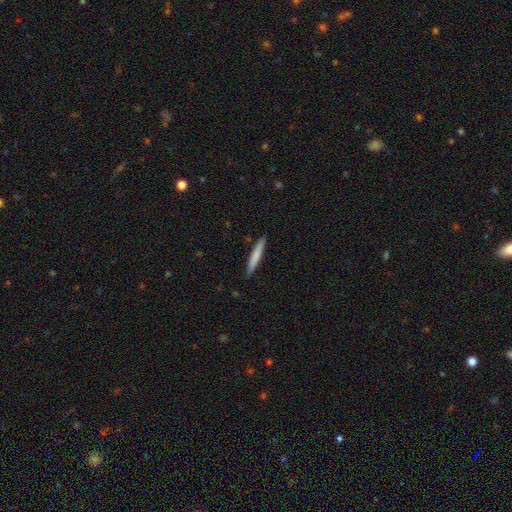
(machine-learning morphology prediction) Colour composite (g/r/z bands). It shows a smooth galaxy with no disk features (75%) that is cigar-shaped (95%). Merging: none (89%).